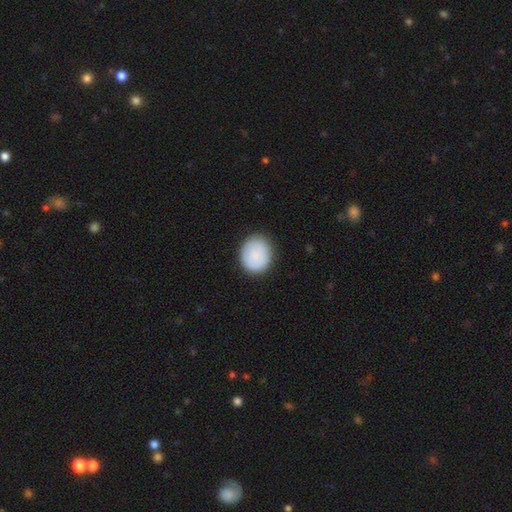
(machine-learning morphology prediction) smooth_or_featured: smooth (p=0.87) [alt: star or artifact p=0.06]
how_rounded: round (p=0.69) [alt: in between p=0.30]
merging: none (p=0.86) [alt: minor disturbance p=0.10]